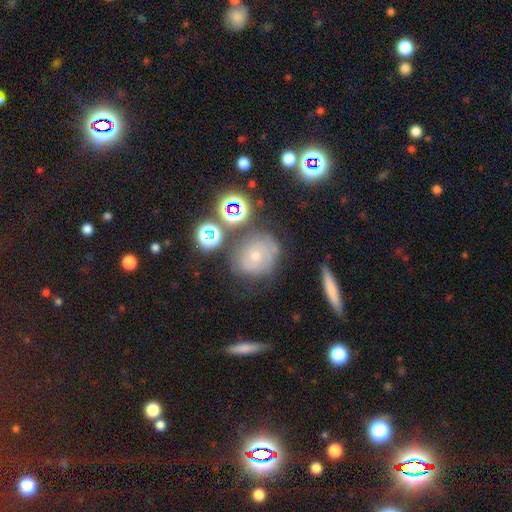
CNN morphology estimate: A featured or disk galaxy (51%). Merging: none (61%).